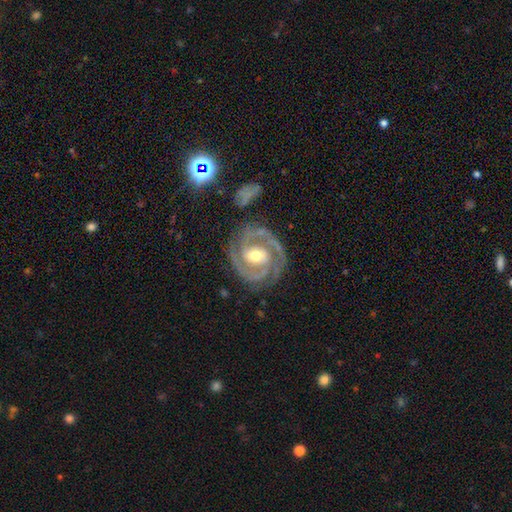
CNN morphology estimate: type=featured or disk (91%); edge-on=no (98%); bar=weak (40%); spiral arms=yes (98%); winding=tight (64%); arm count=2 (79%); bulge=moderate (70%); merging=none (79%).